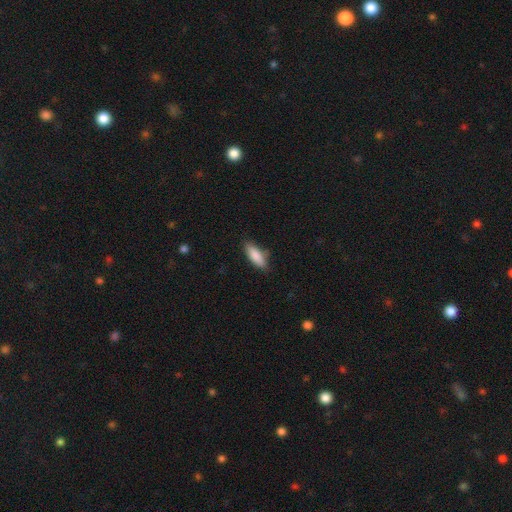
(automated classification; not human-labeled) This is clearly a smooth galaxy (86%). How rounded: likely in between (66%). Merging: likely none (80%).